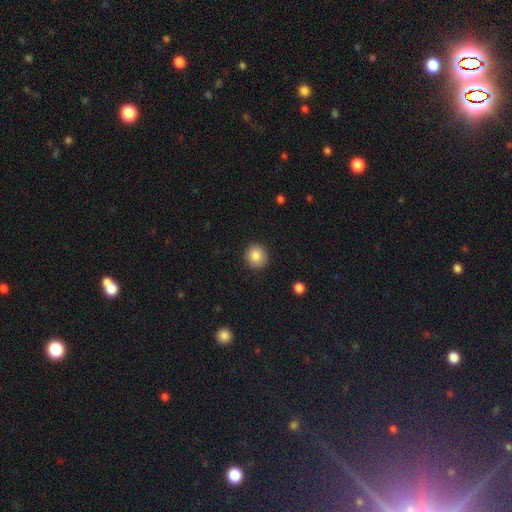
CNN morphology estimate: A smooth galaxy with no disk features (85%) that is round (91%).

Vote fractions:
- Smooth or featured? smooth: 85% / star or artifact: 9% / featured or disk: 6%
- How rounded? round: 91% / in between: 9% / cigar-shaped: 1%
- Merging? none: 91% / minor disturbance: 6% / major disturbance: 2% / merger: 1%